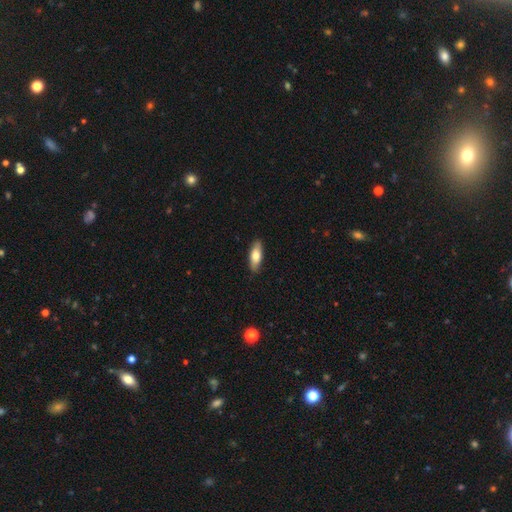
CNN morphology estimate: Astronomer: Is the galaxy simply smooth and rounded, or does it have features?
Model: smooth — 73%.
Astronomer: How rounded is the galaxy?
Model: in between — 71%.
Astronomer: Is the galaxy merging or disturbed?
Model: none — 86%.